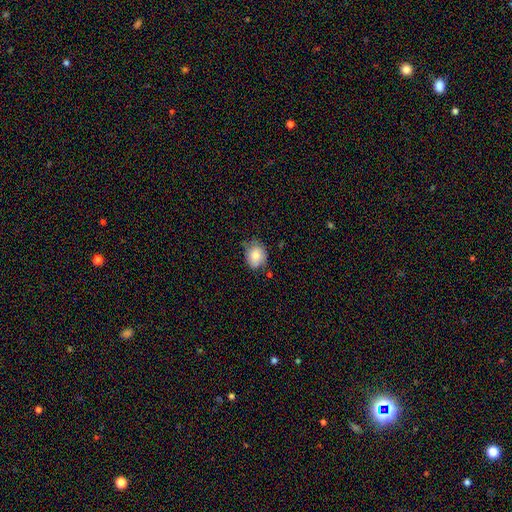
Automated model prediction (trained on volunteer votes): Overall: smooth (80%). How rounded: round (64%; in between 35%). Merging: none (67%).